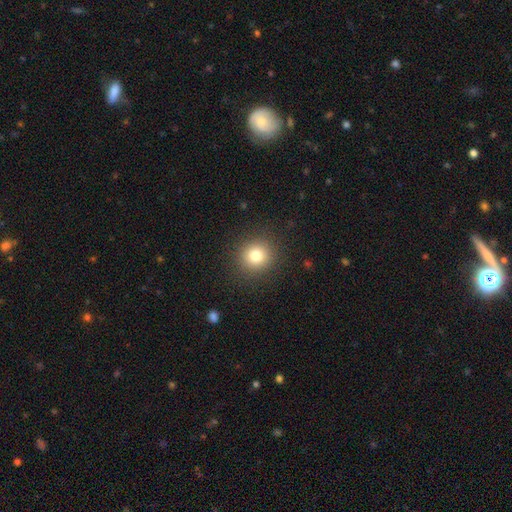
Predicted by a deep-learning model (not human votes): This is likely a smooth galaxy (80%). How rounded: clearly round (89%). Merging: clearly none (90%).